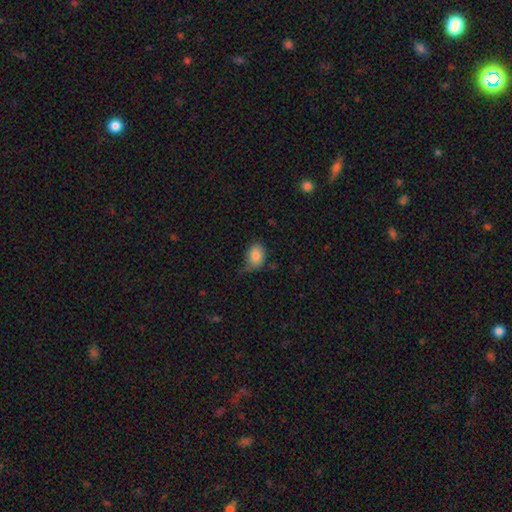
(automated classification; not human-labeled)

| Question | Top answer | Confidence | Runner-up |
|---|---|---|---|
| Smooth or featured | smooth | 84% | star or artifact (8%) |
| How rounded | in between | 75% | round (24%) |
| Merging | none | 54% | minor disturbance (34%) |